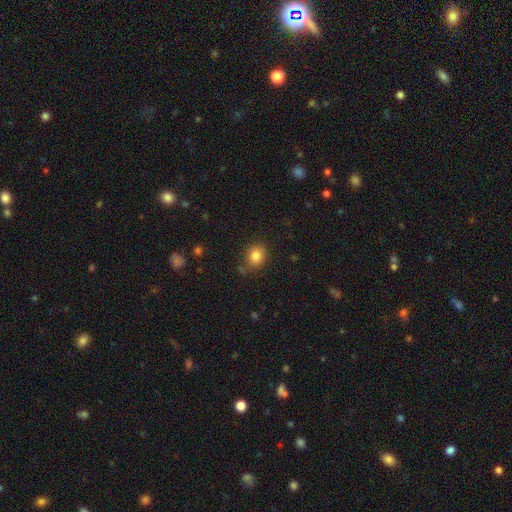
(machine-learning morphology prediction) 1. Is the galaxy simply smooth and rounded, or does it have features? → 84% smooth, 10% star or artifact, 6% featured or disk.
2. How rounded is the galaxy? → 62% round, 37% in between, 1% cigar-shaped.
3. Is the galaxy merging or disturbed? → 78% none, 15% minor disturbance, 4% major disturbance, 4% merger.